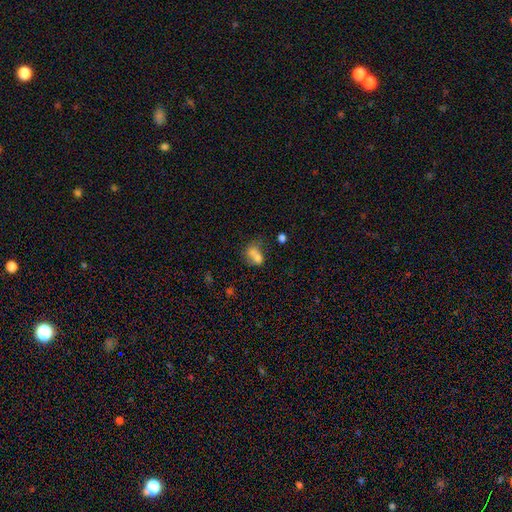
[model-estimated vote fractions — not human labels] Q: Smooth or featured?
A: smooth (69%); runner-up: featured or disk (18%)
Q: How rounded?
A: in between (66%); runner-up: round (32%)
Q: Merging?
A: merger (49%); runner-up: none (23%)